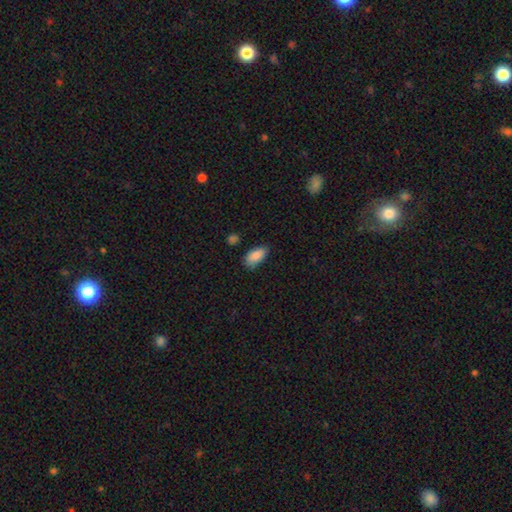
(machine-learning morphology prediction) Smooth or featured?
  - smooth: 87% *
  - star or artifact: 7%
  - featured or disk: 6%
How rounded?
  - in between: 92% *
  - cigar-shaped: 5%
  - round: 3%
Merging?
  - none: 67% *
  - minor disturbance: 26%
  - major disturbance: 5%
  - merger: 2%